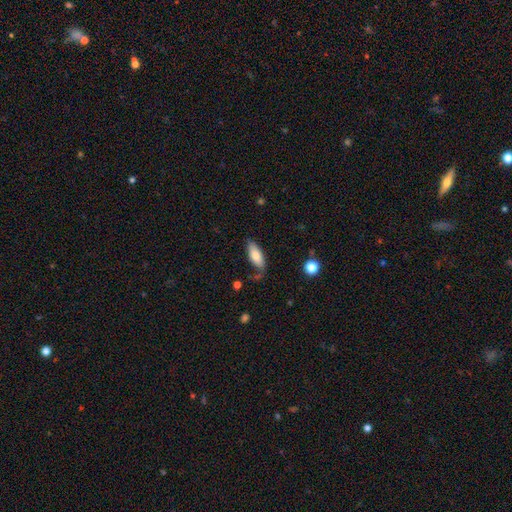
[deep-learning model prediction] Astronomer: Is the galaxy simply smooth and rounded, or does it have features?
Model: smooth — 79%.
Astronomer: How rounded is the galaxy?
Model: in between — 78%.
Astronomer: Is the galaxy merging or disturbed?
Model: none — 65%.